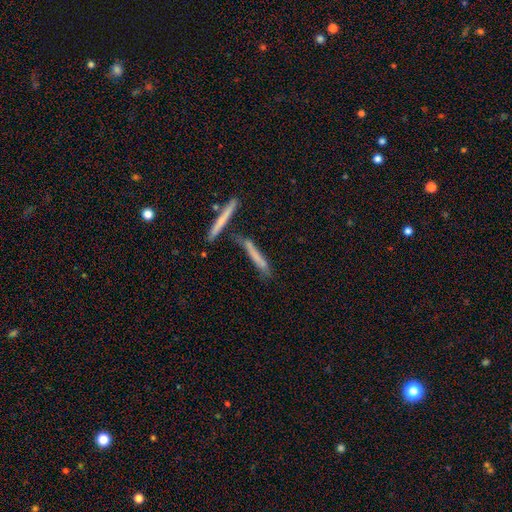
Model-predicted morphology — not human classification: Q: Smooth or featured?
A: smooth (58%); runner-up: featured or disk (33%)
Q: How rounded?
A: cigar-shaped (93%); runner-up: in between (5%)
Q: Merging?
A: none (62%); runner-up: merger (20%)